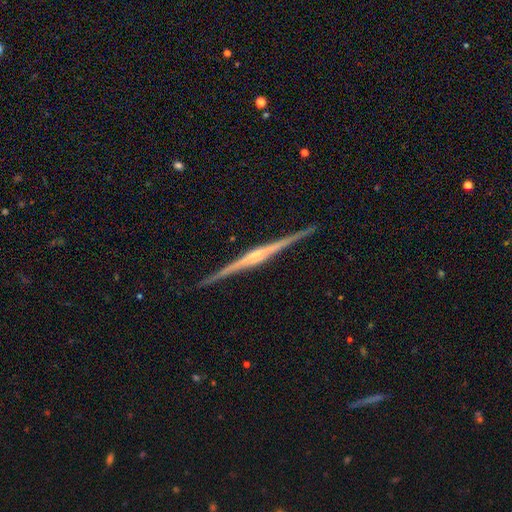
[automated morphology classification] A featured or disk galaxy (87%) viewed edge-on (99%) with a rounded central bulge (60%). Merging: none (91%).